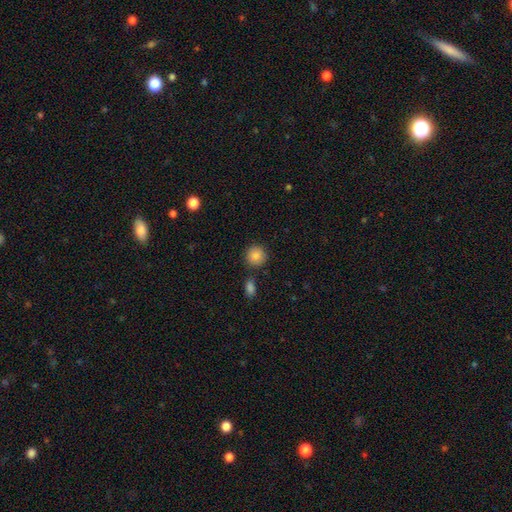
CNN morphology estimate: type=smooth (87%); roundness=round (91%); merging=none (83%).